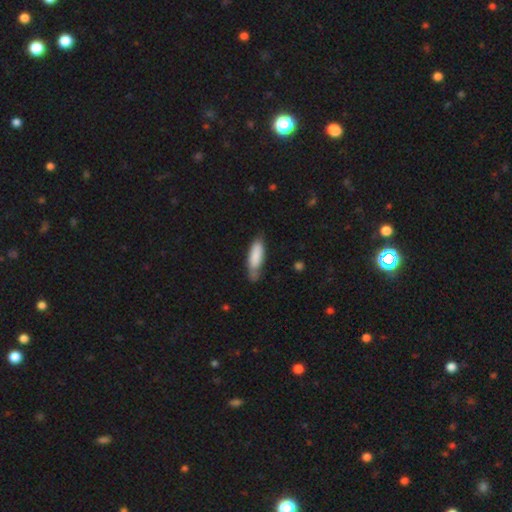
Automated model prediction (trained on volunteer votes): Q: Smooth or featured?
A: smooth (83%); runner-up: featured or disk (12%)
Q: How rounded?
A: in between (55%); runner-up: cigar-shaped (43%)
Q: Merging?
A: none (56%); runner-up: minor disturbance (32%)